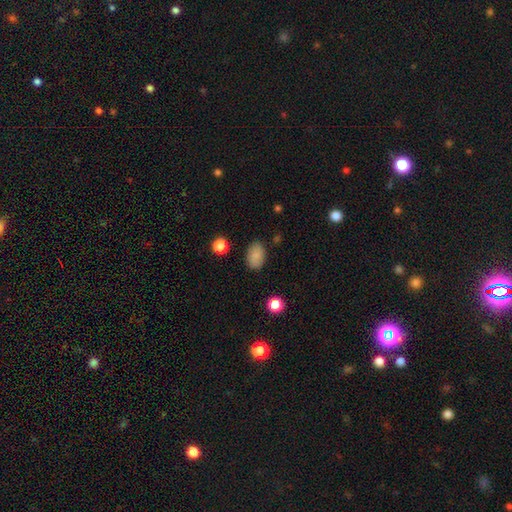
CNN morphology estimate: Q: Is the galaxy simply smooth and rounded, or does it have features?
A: smooth — 86%.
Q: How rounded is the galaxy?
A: in between — 87%.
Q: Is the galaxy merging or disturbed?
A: none — 84%.